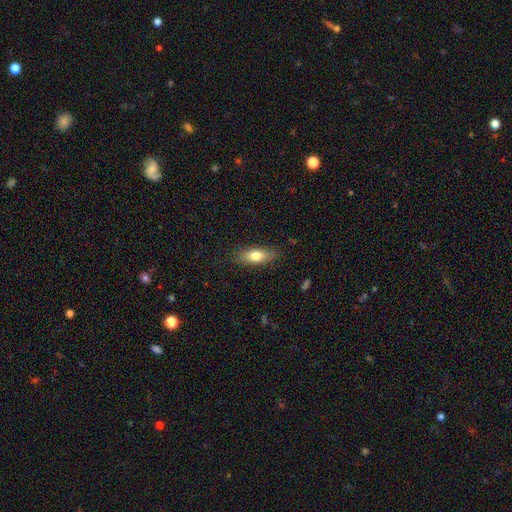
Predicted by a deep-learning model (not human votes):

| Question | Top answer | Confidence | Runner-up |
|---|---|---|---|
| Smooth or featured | smooth | 76% | featured or disk (17%) |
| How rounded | in between | 73% | cigar-shaped (24%) |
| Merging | none | 83% | minor disturbance (13%) |